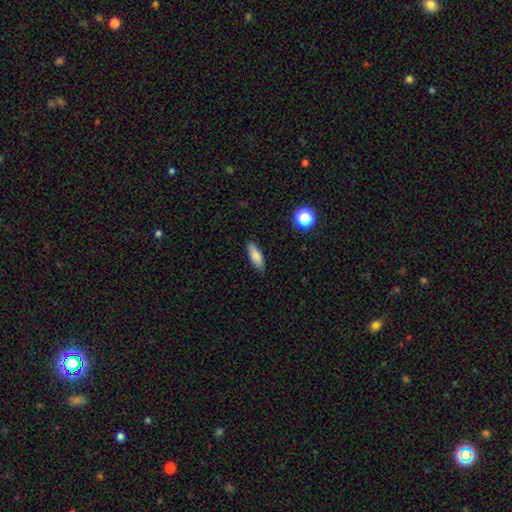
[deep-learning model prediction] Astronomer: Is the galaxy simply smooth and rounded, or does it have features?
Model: smooth — 82%.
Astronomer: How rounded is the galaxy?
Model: in between — 62%.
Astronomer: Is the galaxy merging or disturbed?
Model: none — 87%.